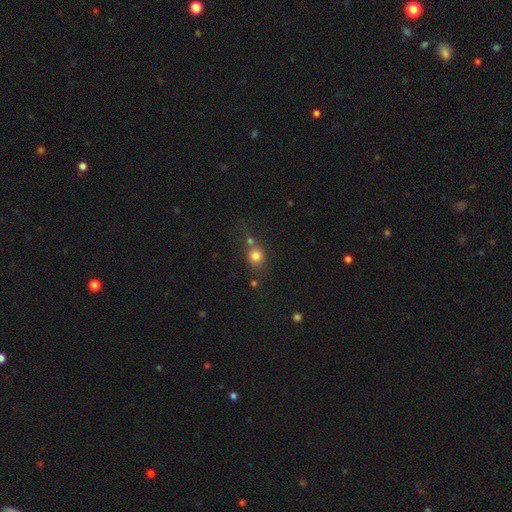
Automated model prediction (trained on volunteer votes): Smooth or featured? smooth (77%)
How rounded? round (78%)
Merging? none (48%)